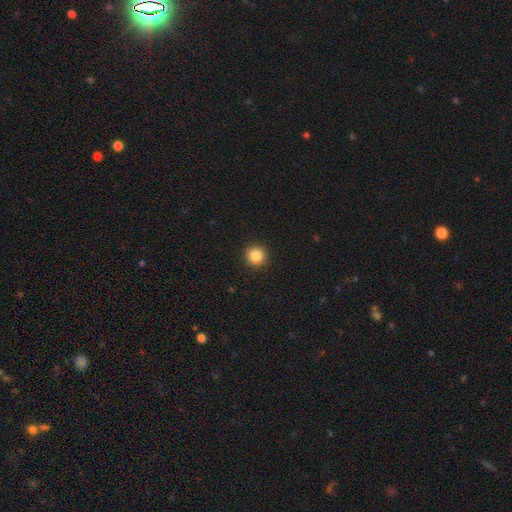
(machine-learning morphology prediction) The model was most divided on "smooth or featured": smooth: 86%, star or artifact: 10%, featured or disk: 4%. More confident: how rounded — round (95%); merging — none (92%).